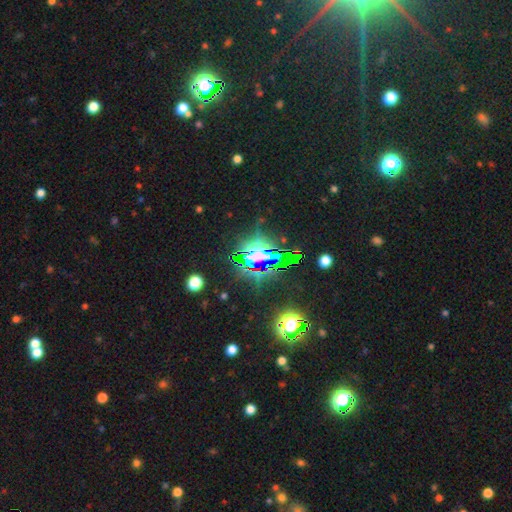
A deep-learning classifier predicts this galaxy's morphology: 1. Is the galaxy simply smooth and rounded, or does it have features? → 73% star or artifact, 15% smooth, 12% featured or disk.